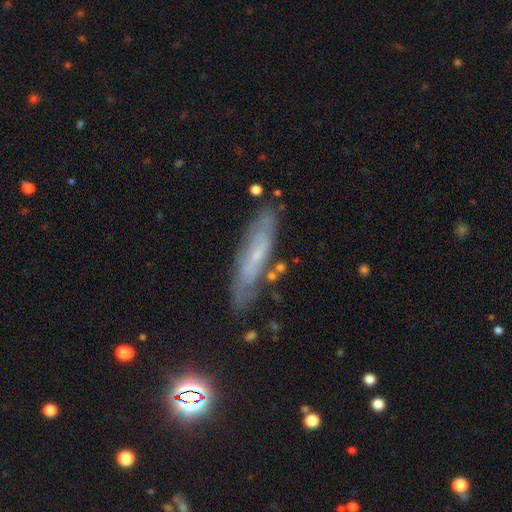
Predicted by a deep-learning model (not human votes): Q: Smooth or featured?
A: featured or disk (57%); runner-up: smooth (34%)
Q: Edge-on disk?
A: no (58%); runner-up: yes (42%)
Q: Merging?
A: none (74%); runner-up: minor disturbance (17%)